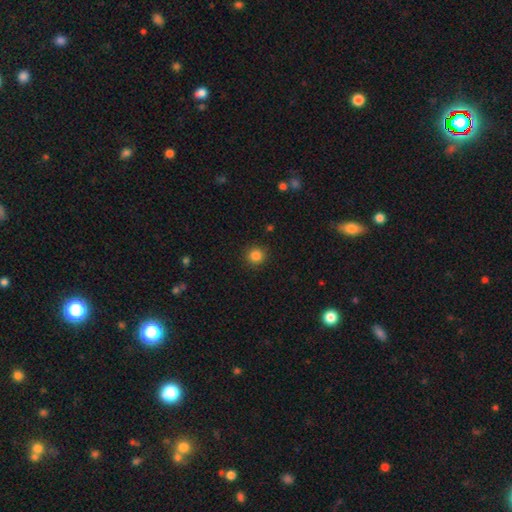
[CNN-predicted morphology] type=smooth (85%); roundness=round (94%); merging=none (91%).